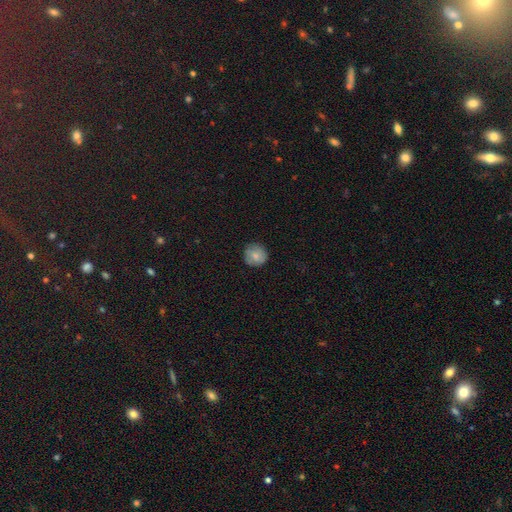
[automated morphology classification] Smooth or featured?
  - smooth: 77% *
  - featured or disk: 15%
  - star or artifact: 8%
How rounded?
  - round: 91% *
  - in between: 8%
  - cigar-shaped: 1%
Merging?
  - none: 85% *
  - minor disturbance: 12%
  - major disturbance: 2%
  - merger: 1%